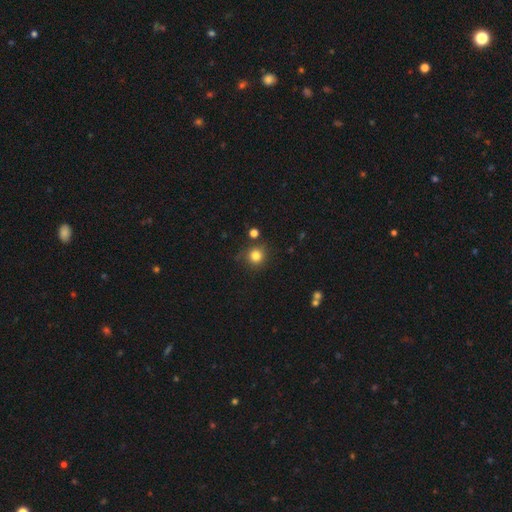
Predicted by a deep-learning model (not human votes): Morphology: type=smooth (82%); roundness=round (91%); merging=none (80%).